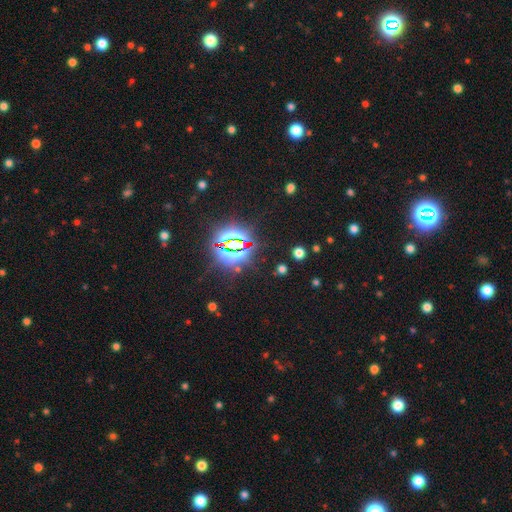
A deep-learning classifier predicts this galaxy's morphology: Smooth or featured? star or artifact (85%)